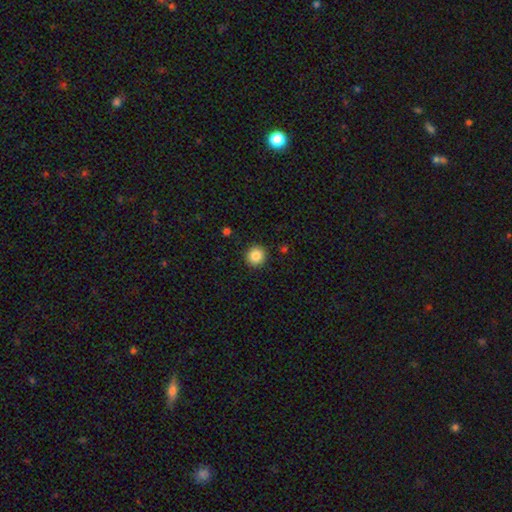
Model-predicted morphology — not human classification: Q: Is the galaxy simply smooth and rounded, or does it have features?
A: smooth — 85%.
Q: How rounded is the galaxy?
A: round — 94%.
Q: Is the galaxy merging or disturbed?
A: none — 92%.